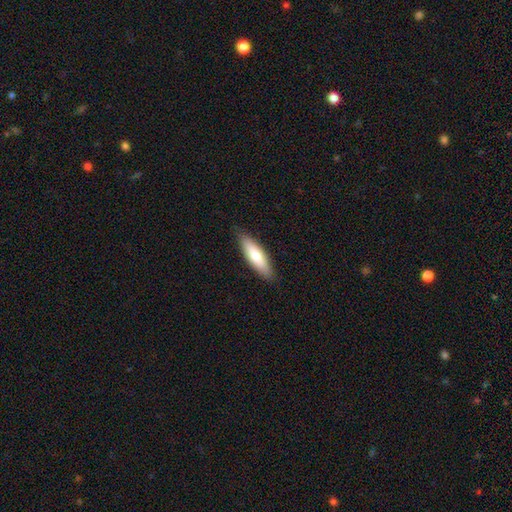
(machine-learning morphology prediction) Smooth or featured? Predicted: smooth (p=0.75). How rounded? Predicted: cigar-shaped (p=0.56). Merging? Predicted: none (p=0.85).